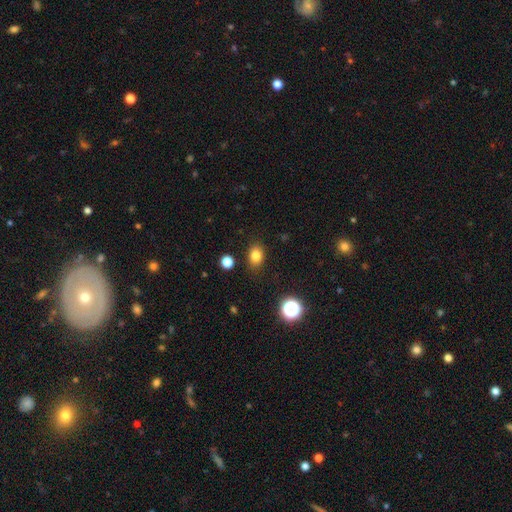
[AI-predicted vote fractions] Smooth or featured? smooth (81%)
How rounded? in between (64%)
Merging? none (86%)